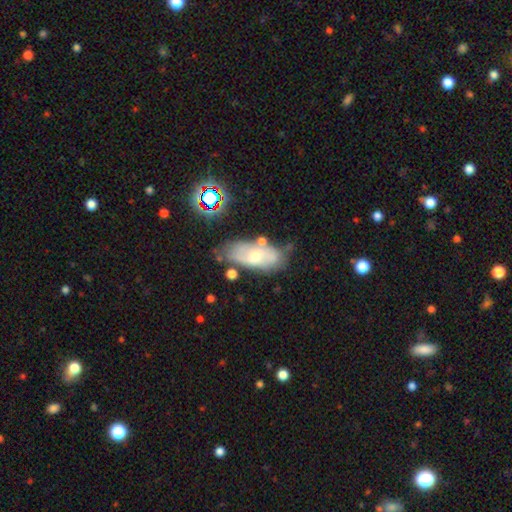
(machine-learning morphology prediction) smooth-or-featured: featured or disk: 48% | smooth: 43% | star or artifact: 9%
  merging: none: 58% | minor disturbance: 24% | merger: 10% | major disturbance: 8%